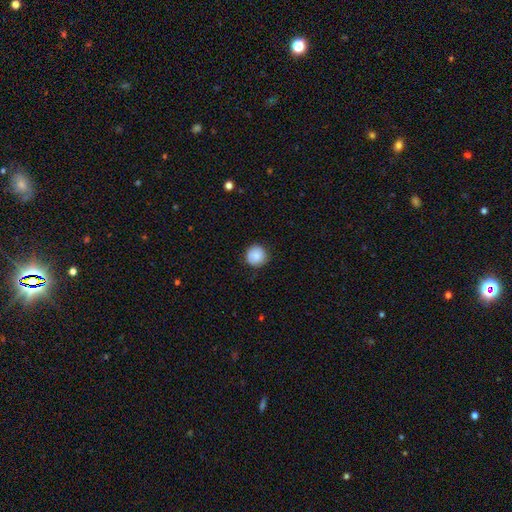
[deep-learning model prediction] A smooth galaxy with no disk features (84%) that is round (95%).

Vote fractions:
- Smooth or featured? smooth: 84% / featured or disk: 8% / star or artifact: 8%
- How rounded? round: 95% / in between: 4% / cigar-shaped: 1%
- Merging? none: 84% / minor disturbance: 12% / major disturbance: 2% / merger: 1%